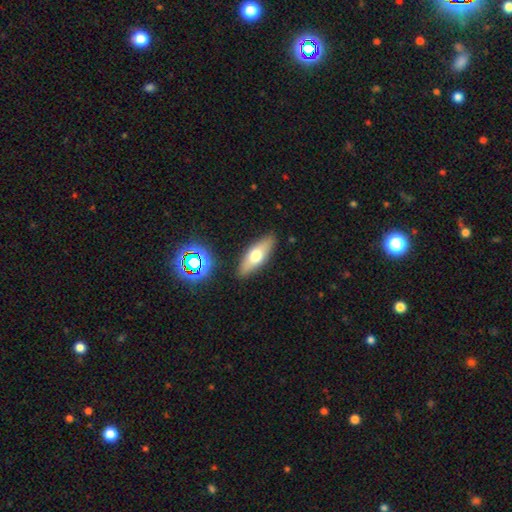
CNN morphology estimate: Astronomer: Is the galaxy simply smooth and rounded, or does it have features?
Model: smooth — 58% (runner-up: featured or disk, 33%).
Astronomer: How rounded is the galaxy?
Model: in between — 63%.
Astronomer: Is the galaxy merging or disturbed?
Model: none — 87%.